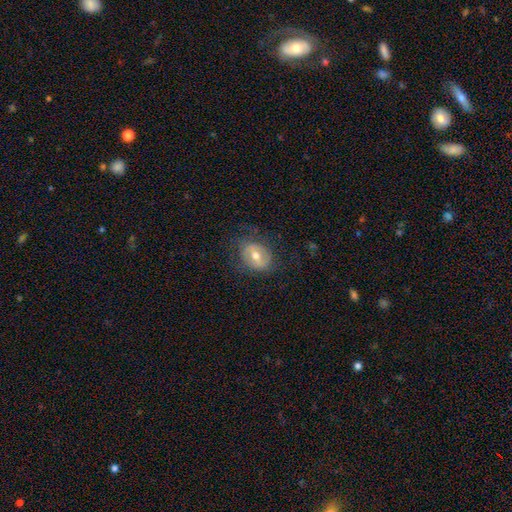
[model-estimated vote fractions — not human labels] Morphology: type=featured or disk (53%); edge-on=no (95%); bar=weak (42%); spiral arms=yes (53%); bulge=moderate (75%); merging=none (68%).